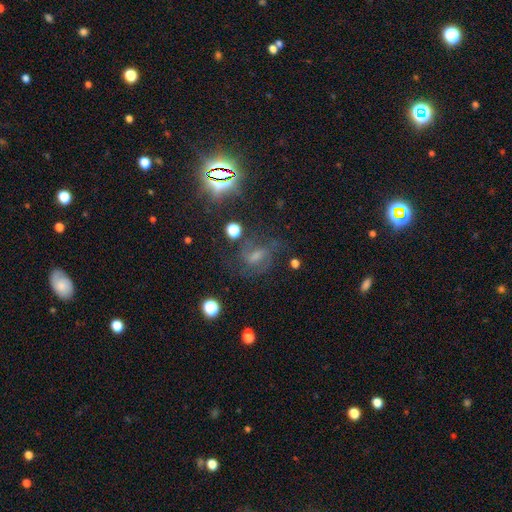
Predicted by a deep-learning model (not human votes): Smooth or featured? featured or disk (47%)
Merging? none (61%)